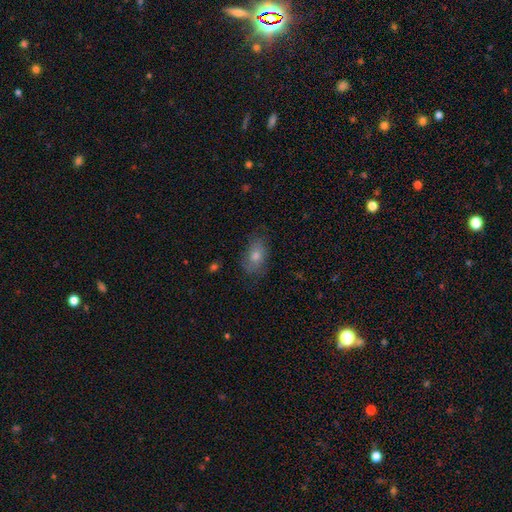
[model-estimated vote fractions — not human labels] Smooth or featured? smooth (63%)
How rounded? in between (83%)
Merging? none (74%)